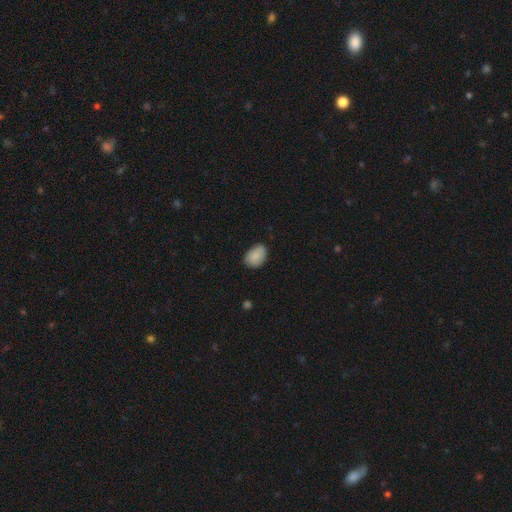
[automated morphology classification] Smooth or featured? smooth (87%)
How rounded? in between (85%)
Merging? none (79%)